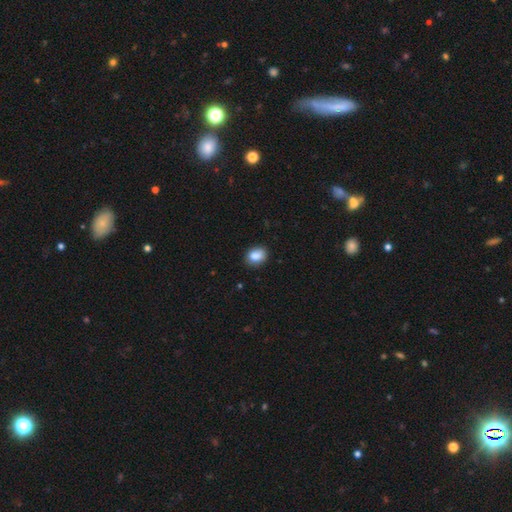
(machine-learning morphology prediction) Smooth or featured: smooth — 86% (star or artifact — 8%)
How rounded: in between — 64% (round — 35%)
Merging: none — 79% (minor disturbance — 16%)